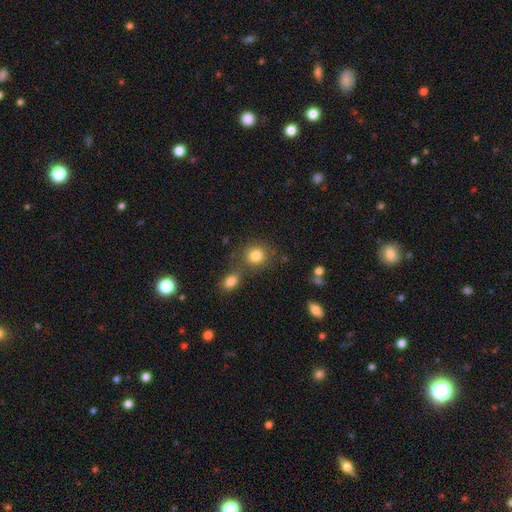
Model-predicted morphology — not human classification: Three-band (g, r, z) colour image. It shows a smooth galaxy with no disk features (83%) that is round (82%). Merging: none (65%).